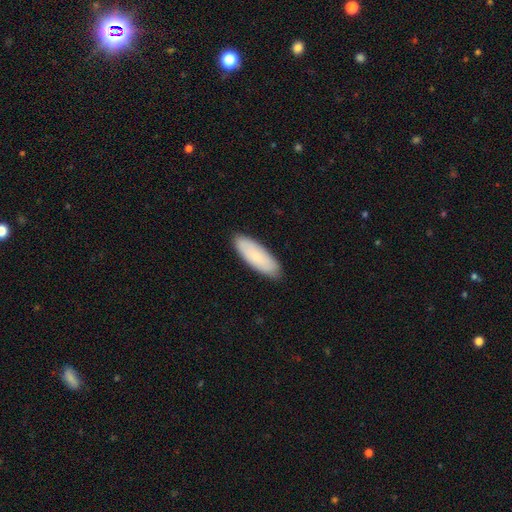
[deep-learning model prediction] smooth_or_featured: smooth (p=0.76) [alt: featured or disk p=0.18]
how_rounded: in between (p=0.65) [alt: cigar-shaped p=0.33]
merging: none (p=0.87) [alt: minor disturbance p=0.10]